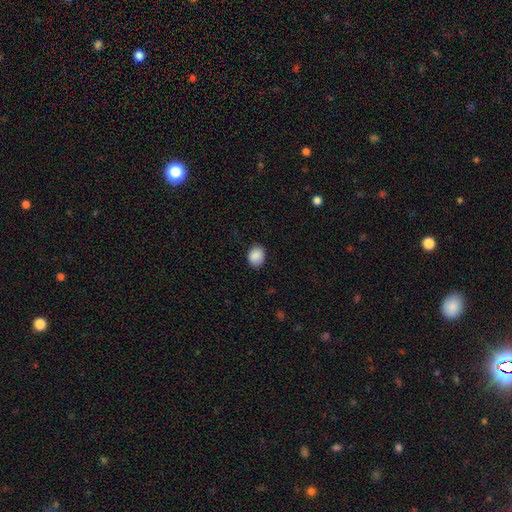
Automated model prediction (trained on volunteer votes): smooth_or_featured: smooth (p=0.89) [alt: star or artifact p=0.08]
how_rounded: round (p=0.50) [alt: in between p=0.49]
merging: none (p=0.86) [alt: minor disturbance p=0.11]